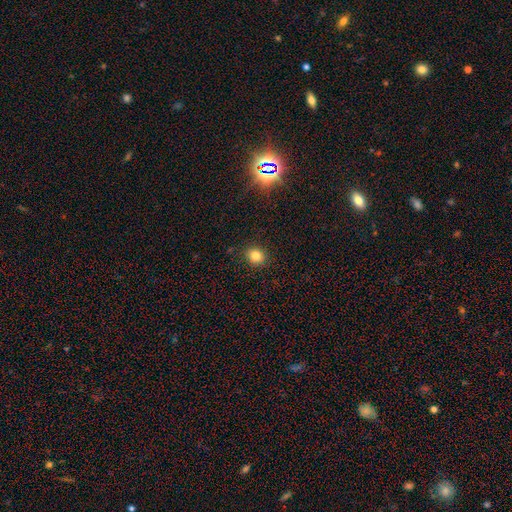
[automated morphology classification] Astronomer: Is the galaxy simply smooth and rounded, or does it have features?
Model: smooth — 81%.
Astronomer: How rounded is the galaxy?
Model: round — 74%.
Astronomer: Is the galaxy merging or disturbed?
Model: none — 89%.